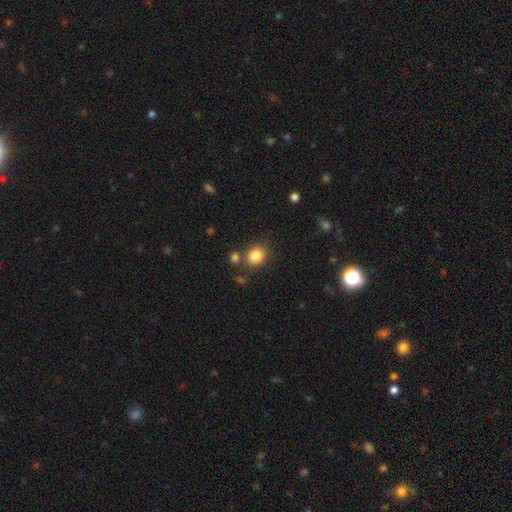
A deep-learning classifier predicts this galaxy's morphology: A smooth galaxy with no disk features (85%) that is round (64%). Merging: none (73%).